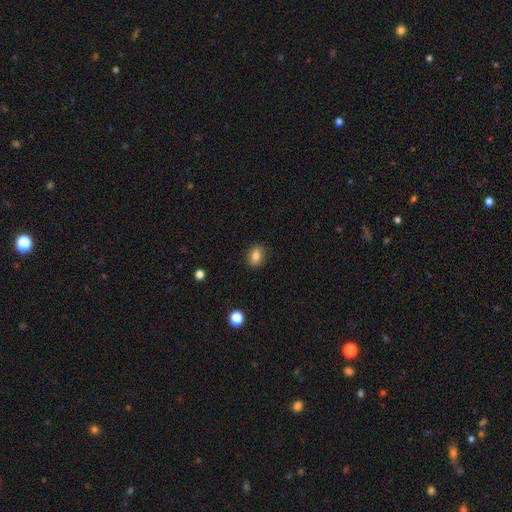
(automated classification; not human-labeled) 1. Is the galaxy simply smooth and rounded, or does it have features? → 83% smooth, 10% star or artifact, 8% featured or disk.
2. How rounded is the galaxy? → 63% in between, 35% round, 2% cigar-shaped.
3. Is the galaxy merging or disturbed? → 85% none, 11% minor disturbance, 3% major disturbance, 1% merger.